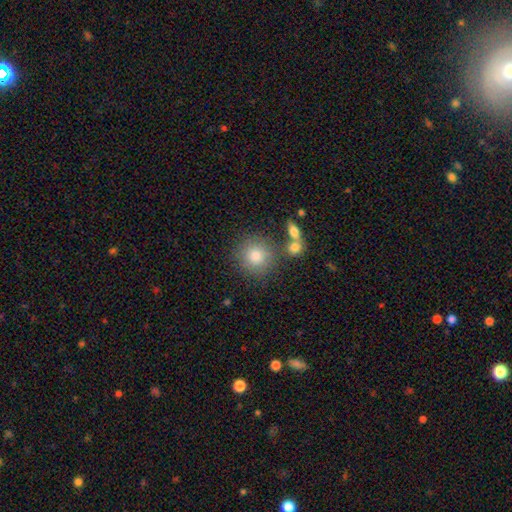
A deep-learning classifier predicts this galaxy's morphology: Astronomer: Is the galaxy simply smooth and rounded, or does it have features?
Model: smooth — 81%.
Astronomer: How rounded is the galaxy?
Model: round — 91%.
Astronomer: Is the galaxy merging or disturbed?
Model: none — 75%.